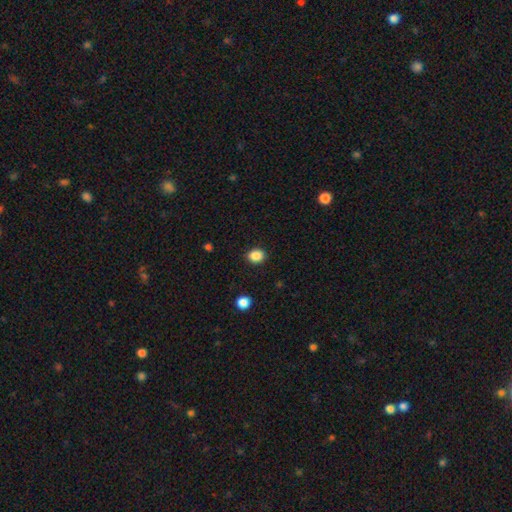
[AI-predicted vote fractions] Smooth or featured? Predicted: smooth (p=0.87). How rounded? Predicted: round (p=0.58). Merging? Predicted: none (p=0.89).